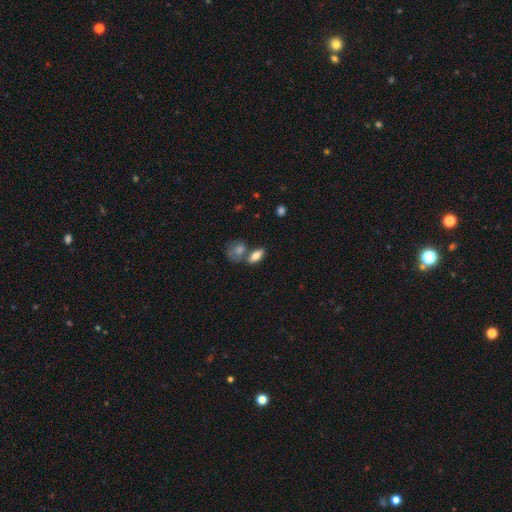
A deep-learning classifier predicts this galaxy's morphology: This appears to be a smooth galaxy with no disk features (75%) that is in between round and cigar-shaped (79%). Merging: none (57%).